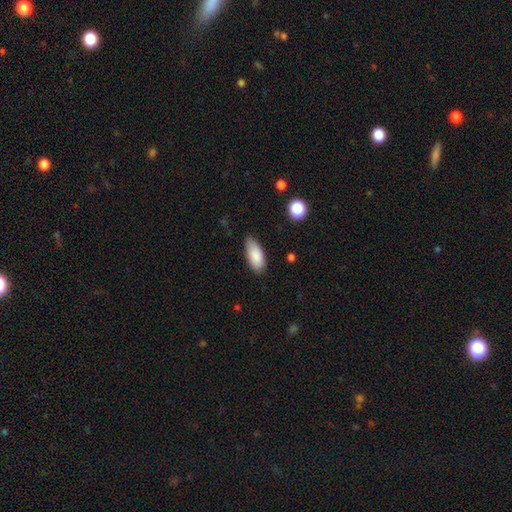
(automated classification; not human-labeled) smooth 87%, star or artifact 7%, featured or disk 6%. Down the decision tree: how rounded — in between (86%); merging — none (76%).